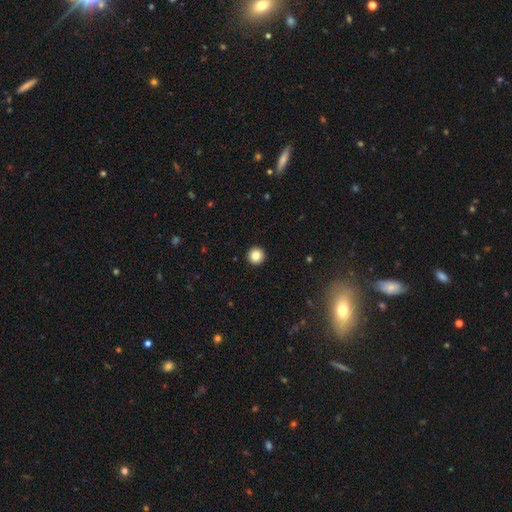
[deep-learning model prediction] smooth-or-featured: smooth: 83% | star or artifact: 10% | featured or disk: 7%
  how-rounded: round: 96% | in between: 3% | cigar-shaped: 1%
  merging: none: 94% | minor disturbance: 4% | major disturbance: 1% | merger: 1%